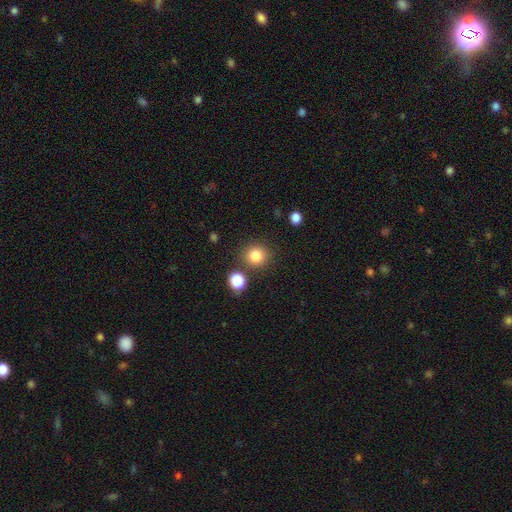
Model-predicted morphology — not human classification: Q: Smooth or featured?
A: smooth (84%); runner-up: star or artifact (11%)
Q: How rounded?
A: round (89%); runner-up: in between (10%)
Q: Merging?
A: none (82%); runner-up: minor disturbance (8%)